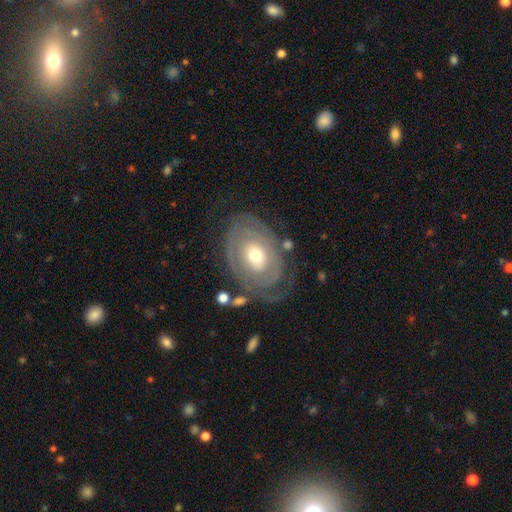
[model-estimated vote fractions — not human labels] This appears to be a featured or disk galaxy (70%) with no bar (82%), spiral arms (62%) and a moderate central bulge (60%). Merging: none (64%).